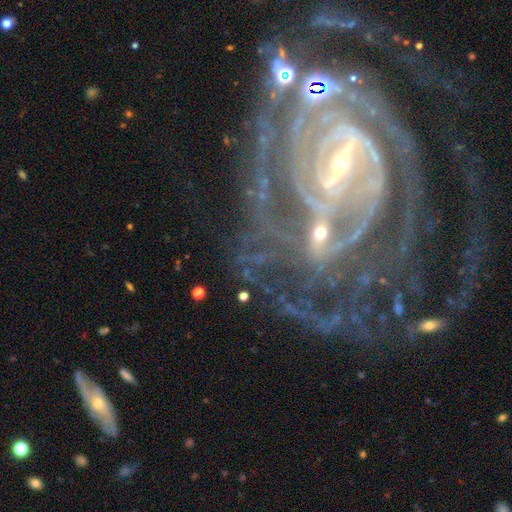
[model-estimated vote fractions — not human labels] Smooth or featured: featured or disk — 89% (star or artifact — 7%)
Edge-on disk: no — 97% (yes — 3%)
Bar: strong — 55% (weak — 30%)
Spiral arms: yes — 97% (no — 3%)
Spiral winding: tight — 70% (medium — 25%)
Spiral arm count: can't tell — 23% (2 — 20%)
Bulge size: small — 80% (moderate — 13%)
Merging: none — 49% (minor disturbance — 18%)